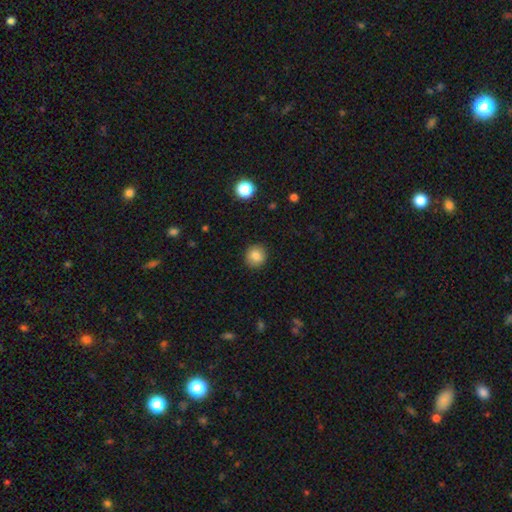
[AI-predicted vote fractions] This is clearly a smooth galaxy (84%). How rounded: clearly round (91%). Merging: clearly none (91%).